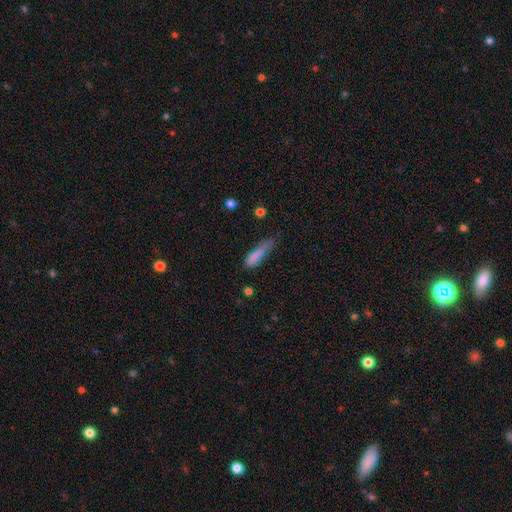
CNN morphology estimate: A smooth galaxy with no disk features (79%) that is cigar-shaped (70%). Merging: minor disturbance (39%).